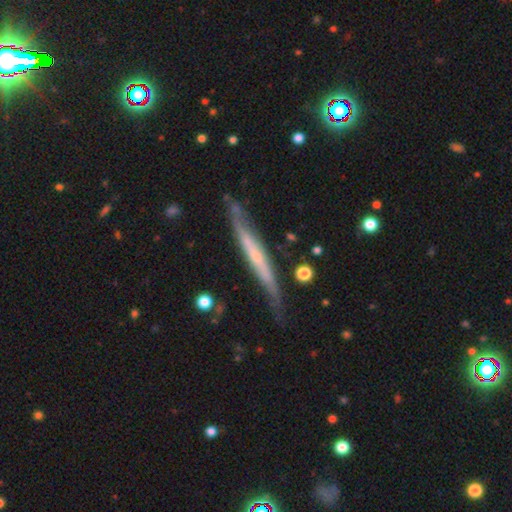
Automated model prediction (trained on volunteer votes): featured or disk 67%, smooth 27%, star or artifact 6%. Down the decision tree: edge-on disk — yes (88%); edge-on bulge — none (64%); merging — none (71%).